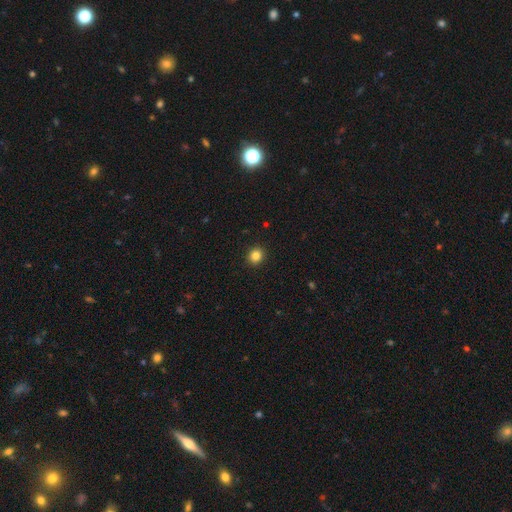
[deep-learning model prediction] Morphology: type=smooth (84%); roundness=round (83%); merging=none (92%).